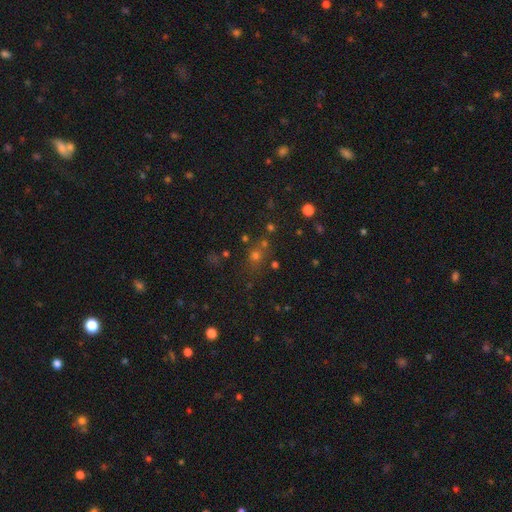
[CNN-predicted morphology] Smooth or featured?
  - smooth: 52% *
  - star or artifact: 37%
  - featured or disk: 11%
How rounded?
  - round: 79% *
  - in between: 19%
  - cigar-shaped: 2%
Merging?
  - none: 66% *
  - merger: 17%
  - minor disturbance: 11%
  - major disturbance: 6%